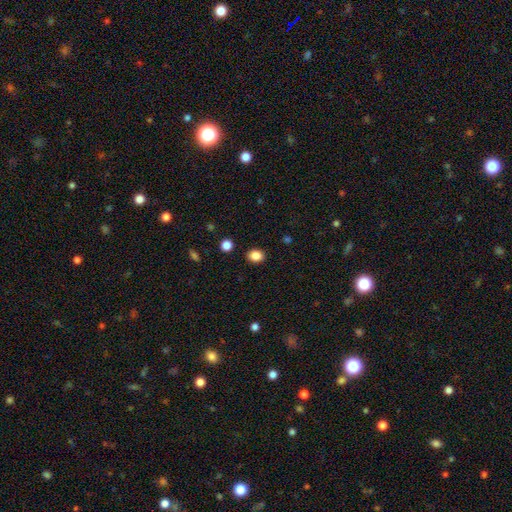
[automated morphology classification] Q: Smooth or featured?
A: smooth (86%); runner-up: star or artifact (10%)
Q: How rounded?
A: round (53%); runner-up: in between (46%)
Q: Merging?
A: none (90%); runner-up: minor disturbance (7%)